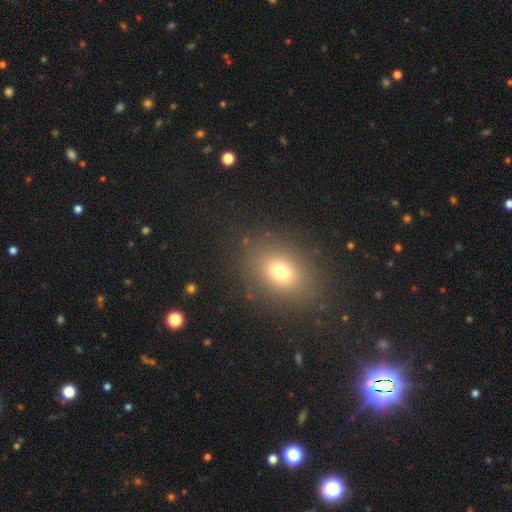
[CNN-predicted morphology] Smooth or featured: smooth — 62% (star or artifact — 29%)
How rounded: in between — 53% (round — 45%)
Merging: none — 89% (minor disturbance — 7%)